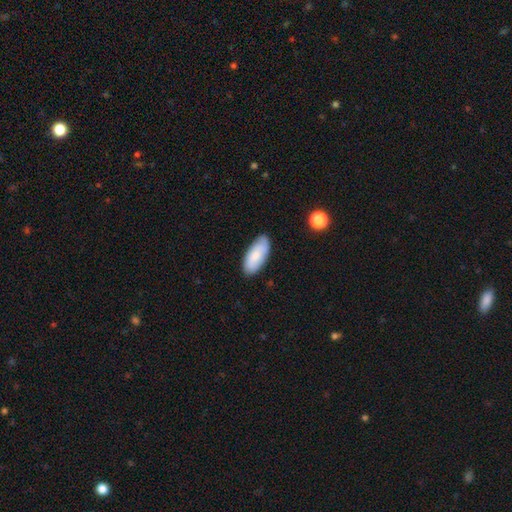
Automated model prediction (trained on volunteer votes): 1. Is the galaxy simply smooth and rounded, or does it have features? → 80% smooth, 14% featured or disk, 6% star or artifact.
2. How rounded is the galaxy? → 88% in between, 10% cigar-shaped, 2% round.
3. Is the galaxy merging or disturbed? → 81% none, 15% minor disturbance, 2% major disturbance, 1% merger.